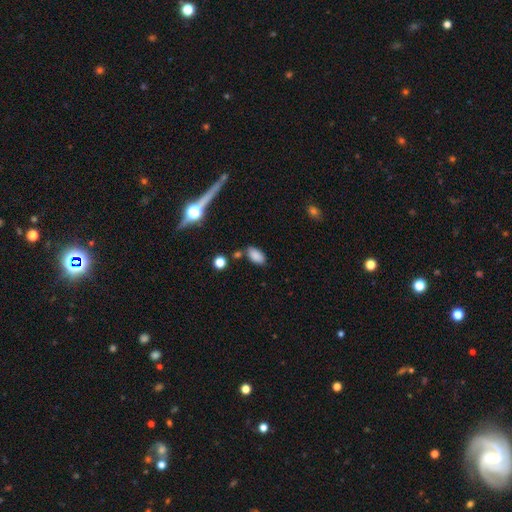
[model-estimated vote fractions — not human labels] Smooth or featured? smooth (85%)
How rounded? in between (92%)
Merging? none (75%)